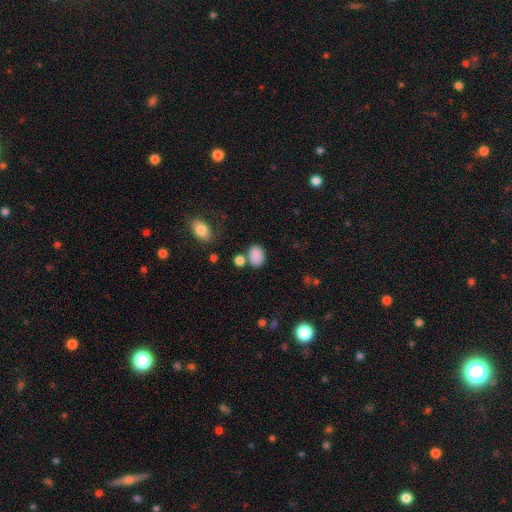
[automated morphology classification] Overall: smooth (85%). How rounded: in between (74%). Merging: none (65%).